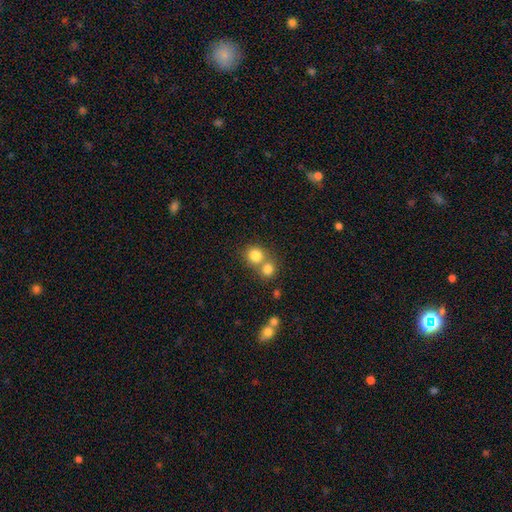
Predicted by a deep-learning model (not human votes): Smooth or featured?
  - smooth: 80% *
  - star or artifact: 12%
  - featured or disk: 8%
How rounded?
  - round: 85% *
  - in between: 14%
  - cigar-shaped: 1%
Merging?
  - none: 47% *
  - merger: 44%
  - minor disturbance: 6%
  - major disturbance: 3%